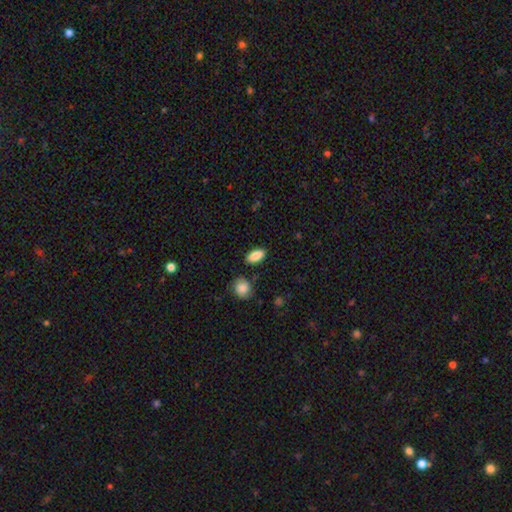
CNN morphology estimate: type=smooth (88%); roundness=in between (90%); merging=none (84%).